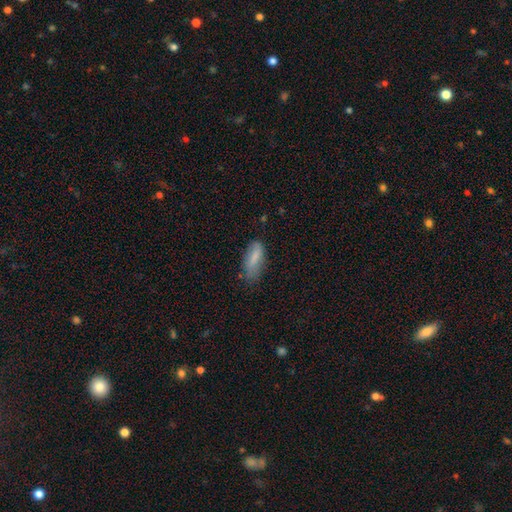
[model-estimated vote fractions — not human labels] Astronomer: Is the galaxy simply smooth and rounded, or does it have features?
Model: smooth — 75%.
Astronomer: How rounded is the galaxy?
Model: in between — 72%.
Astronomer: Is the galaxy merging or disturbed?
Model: none — 63%.